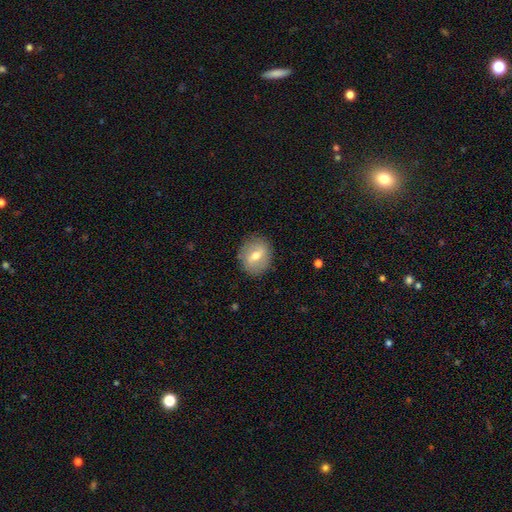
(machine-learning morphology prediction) This appears to be a smooth galaxy with no disk features (52%) that is round (70%). Merging: none (86%).